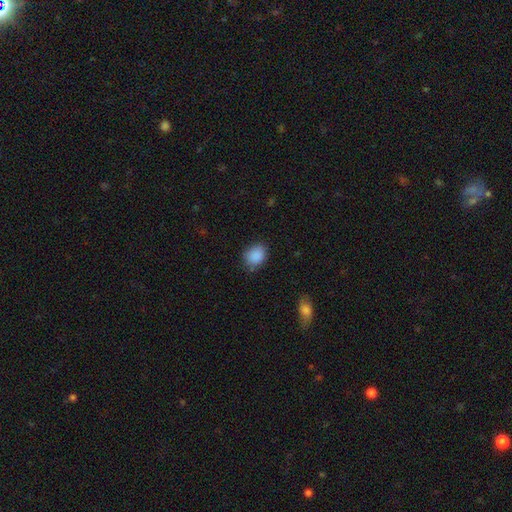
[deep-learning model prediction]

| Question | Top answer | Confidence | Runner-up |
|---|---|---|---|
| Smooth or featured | smooth | 88% | star or artifact (8%) |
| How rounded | in between | 53% | round (46%) |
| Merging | none | 75% | minor disturbance (19%) |